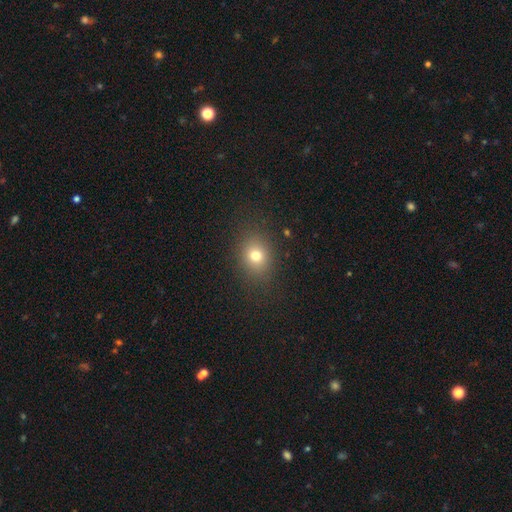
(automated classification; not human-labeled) Morphology: type=smooth (75%); roundness=round (62%); merging=none (86%).